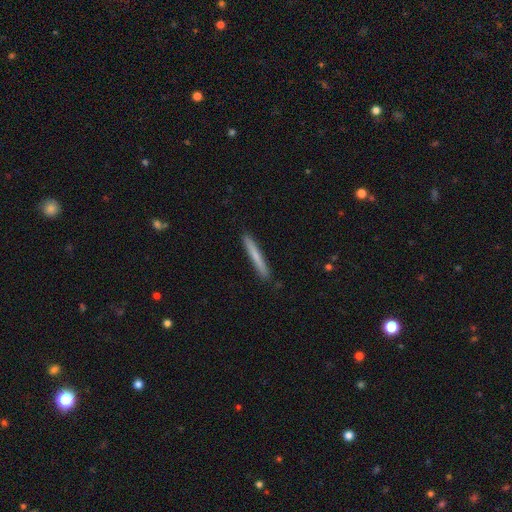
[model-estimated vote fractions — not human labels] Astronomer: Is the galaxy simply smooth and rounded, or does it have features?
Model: smooth — 70%.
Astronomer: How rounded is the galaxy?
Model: cigar-shaped — 97%.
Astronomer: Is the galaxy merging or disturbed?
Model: none — 90%.